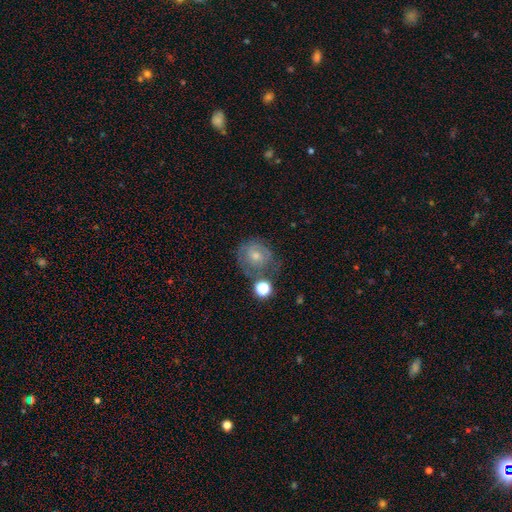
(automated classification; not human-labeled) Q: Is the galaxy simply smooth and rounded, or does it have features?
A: featured or disk — 48%.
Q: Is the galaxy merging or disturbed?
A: none — 61%.